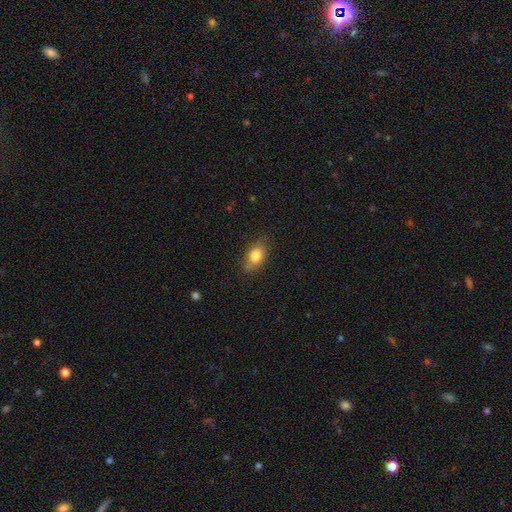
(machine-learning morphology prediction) This appears to be a smooth galaxy with no disk features (80%) that is in between round and cigar-shaped (79%). Merging: none (70%).